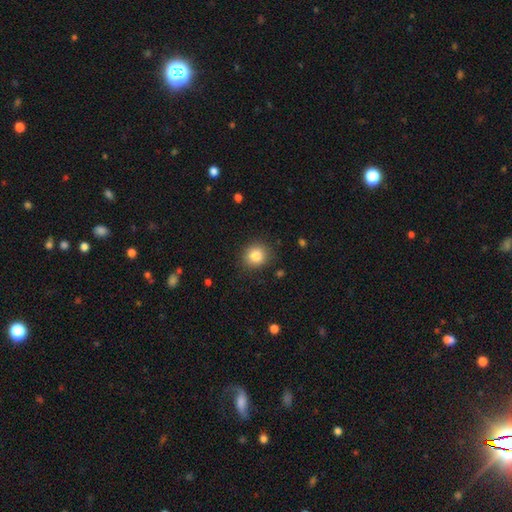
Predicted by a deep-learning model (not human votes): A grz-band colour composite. It shows a smooth galaxy with no disk features (84%) that is round (83%). Merging: none (86%).